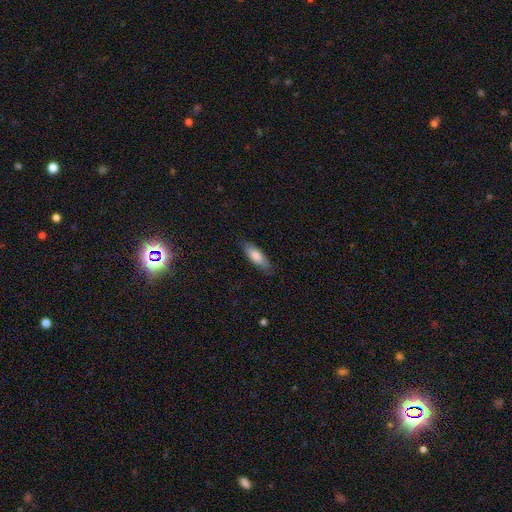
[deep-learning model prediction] Smooth or featured?
  - smooth: 79% *
  - featured or disk: 15%
  - star or artifact: 6%
How rounded?
  - in between: 61% *
  - cigar-shaped: 38%
  - round: 2%
Merging?
  - none: 81% *
  - minor disturbance: 15%
  - major disturbance: 3%
  - merger: 1%